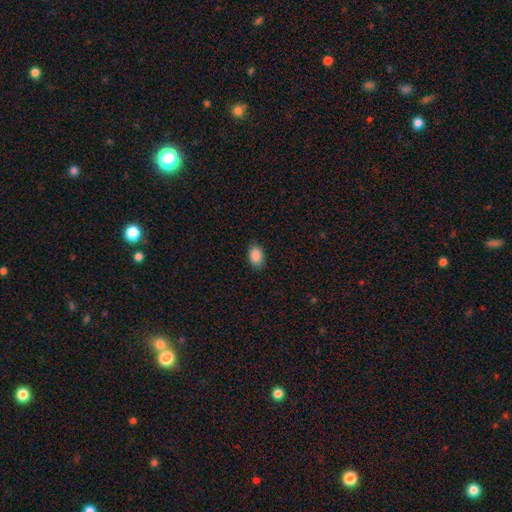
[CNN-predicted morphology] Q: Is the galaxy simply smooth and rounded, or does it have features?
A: smooth — 89%.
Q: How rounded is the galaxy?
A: in between — 85%.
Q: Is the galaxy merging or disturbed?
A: none — 86%.